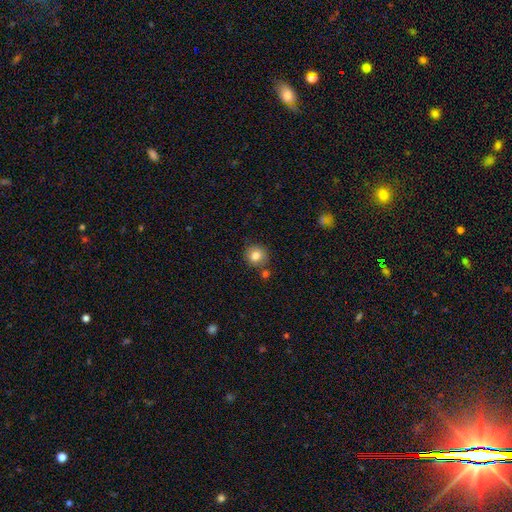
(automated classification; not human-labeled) The model was most divided on "merging": none: 77%, minor disturbance: 11%, merger: 9%, major disturbance: 3%. More confident: how rounded — round (87%); smooth or featured — smooth (81%).